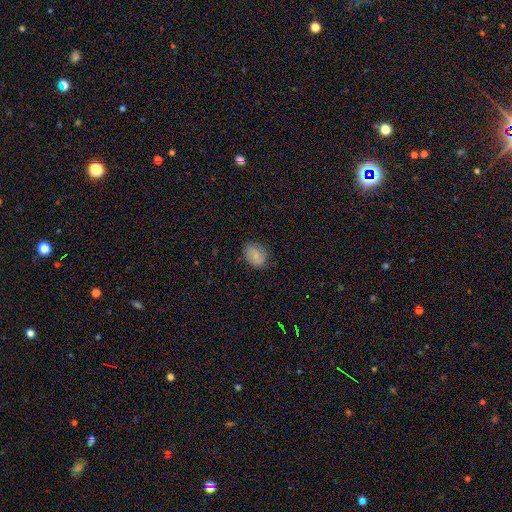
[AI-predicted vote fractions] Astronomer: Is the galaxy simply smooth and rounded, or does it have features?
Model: smooth — 79%.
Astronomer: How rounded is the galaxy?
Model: in between — 59% (runner-up: round, 40%).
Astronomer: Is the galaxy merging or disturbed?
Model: none — 78%.